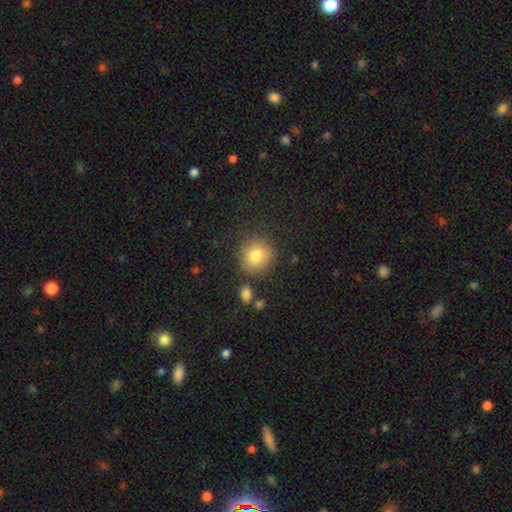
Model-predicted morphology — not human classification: Smooth or featured: smooth — 82% (star or artifact — 10%)
How rounded: round — 89% (in between — 10%)
Merging: none — 81% (minor disturbance — 11%)